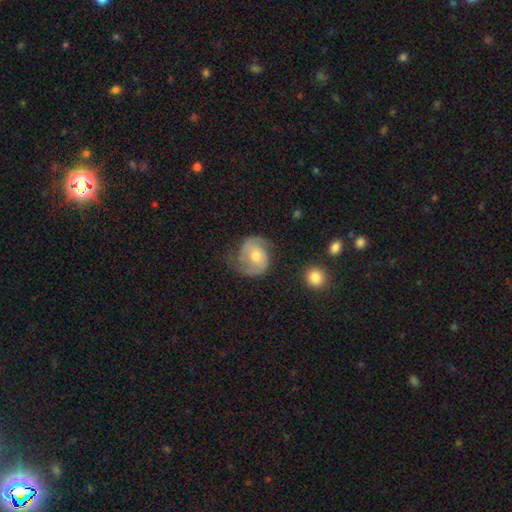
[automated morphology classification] The model was most divided on "spiral winding": medium: 47%, tight: 30%, loose: 23%. More confident: edge-on disk — no (98%); spiral arms — yes (90%); spiral arm count — 2 (85%); smooth or featured — featured or disk (69%); bar — no (66%); bulge size — moderate (61%); merging — none (61%).